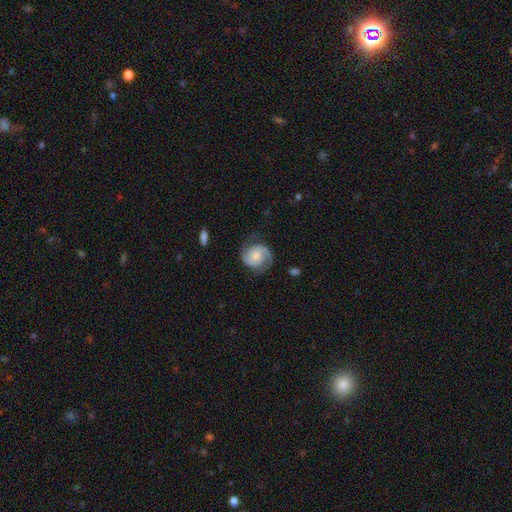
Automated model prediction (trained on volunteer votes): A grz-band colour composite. It shows a featured or disk galaxy (88%) with no bar (65%), 2 (93%) medium (47%) spiral arms (98%) and a moderate central bulge (44%). Merging: none (80%).